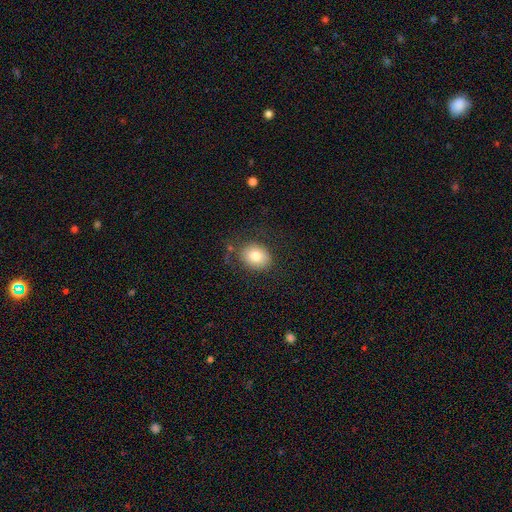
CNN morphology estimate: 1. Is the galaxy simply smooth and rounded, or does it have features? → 79% smooth, 12% featured or disk, 9% star or artifact.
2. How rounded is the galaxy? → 51% in between, 48% round, 1% cigar-shaped.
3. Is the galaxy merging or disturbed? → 75% none, 15% minor disturbance, 8% major disturbance, 2% merger.